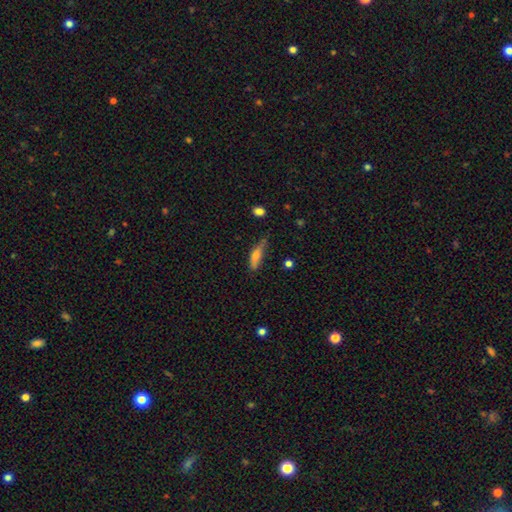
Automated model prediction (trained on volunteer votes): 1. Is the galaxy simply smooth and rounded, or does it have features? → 65% smooth, 27% featured or disk, 7% star or artifact.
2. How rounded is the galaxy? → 62% cigar-shaped, 35% in between, 3% round.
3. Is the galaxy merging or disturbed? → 54% none, 33% minor disturbance, 10% major disturbance, 4% merger.